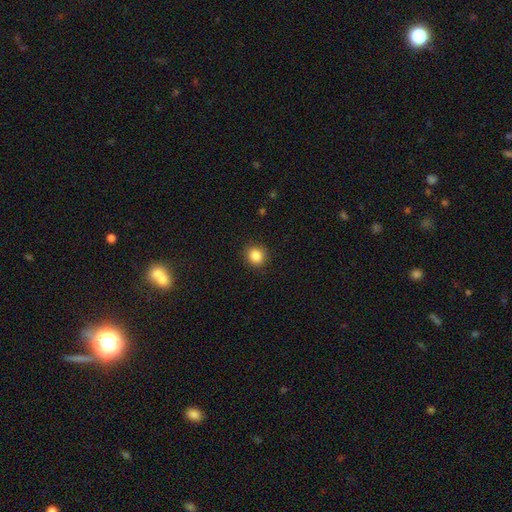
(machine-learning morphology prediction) This appears to be a smooth galaxy with no disk features (86%) that is round (85%). Merging: none (90%).